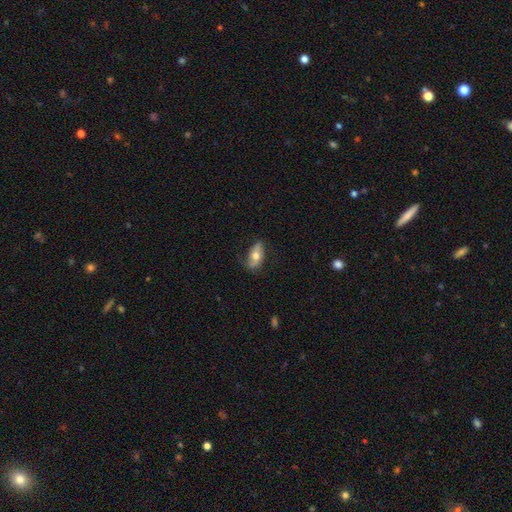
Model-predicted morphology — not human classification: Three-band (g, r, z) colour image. It shows a smooth galaxy with no disk features (61%) that is in between round and cigar-shaped (84%). Merging: none (69%).